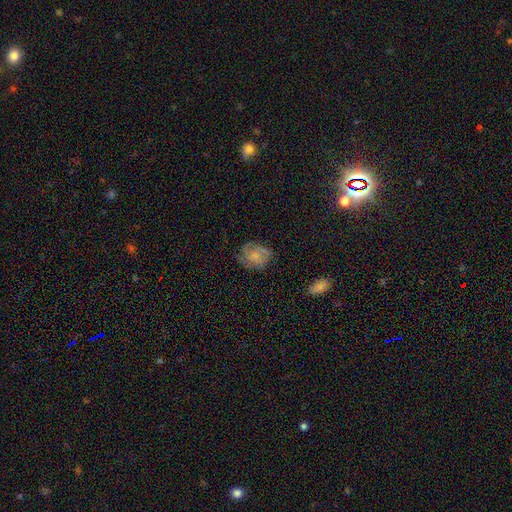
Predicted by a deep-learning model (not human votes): smooth-or-featured: featured or disk: 51% | smooth: 39% | star or artifact: 10%
  disk-edge-on: no: 97% | yes: 3%
  merging: none: 68% | minor disturbance: 21% | major disturbance: 9% | merger: 1%